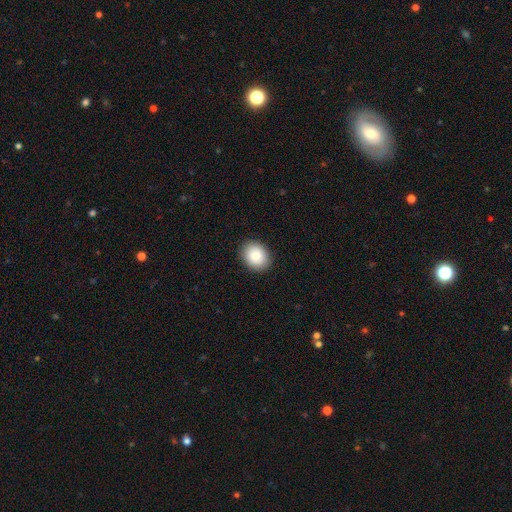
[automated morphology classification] smooth 87%, star or artifact 7%, featured or disk 6%. Down the decision tree: how rounded — in between (53%); merging — none (89%).